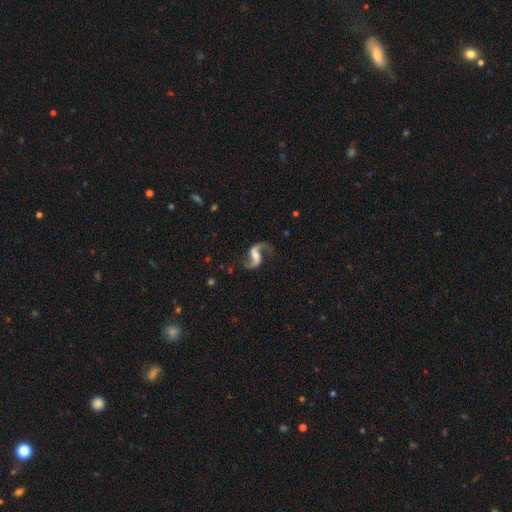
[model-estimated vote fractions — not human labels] Smooth or featured? Predicted: featured or disk (p=0.90). Edge-on disk? Predicted: no (p=0.98). Bar? Predicted: weak (p=0.44). Spiral arms? Predicted: yes (p=0.97). Spiral winding? Predicted: loose (p=0.78). Spiral arm count? Predicted: 2 (p=0.93). Bulge size? Predicted: moderate (p=0.43). Merging? Predicted: none (p=0.76).